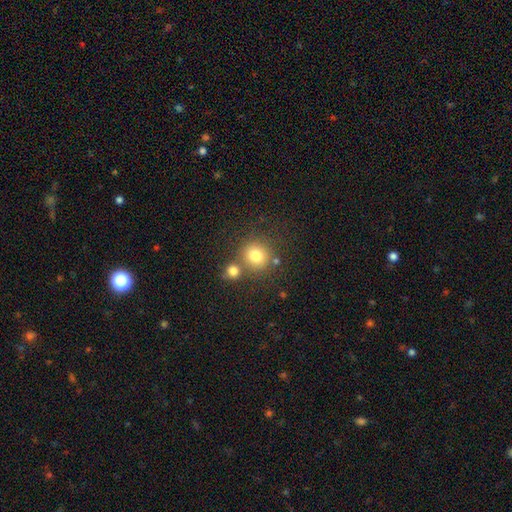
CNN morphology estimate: The model was most divided on "merging": none: 66%, merger: 21%, minor disturbance: 9%, major disturbance: 4%. More confident: how rounded — round (90%); smooth or featured — smooth (77%).